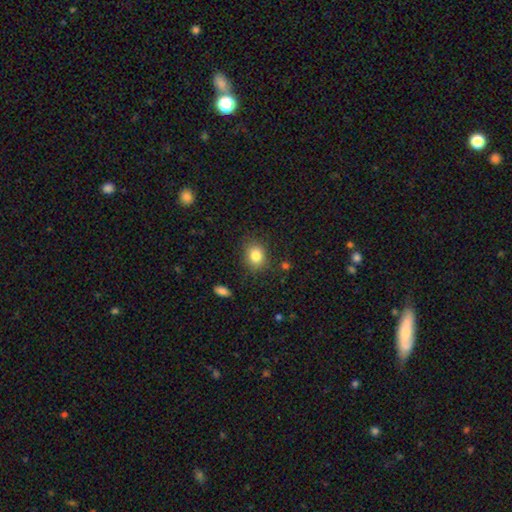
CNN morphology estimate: Overall: smooth (84%). How rounded: in between (50%; round 49%). Merging: none (82%).